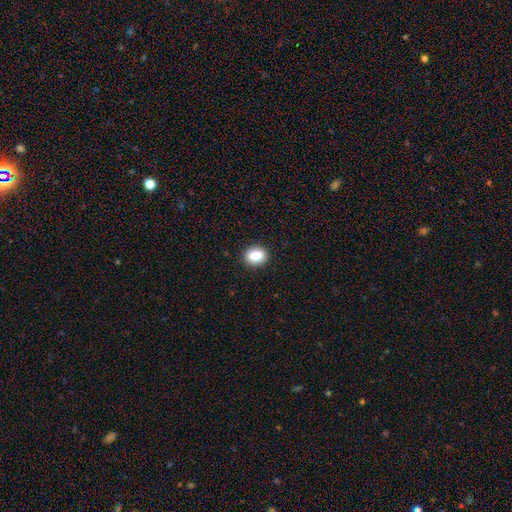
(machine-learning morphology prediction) Smooth or featured? Predicted: smooth (p=0.86). How rounded? Predicted: in between (p=0.55). Merging? Predicted: none (p=0.90).